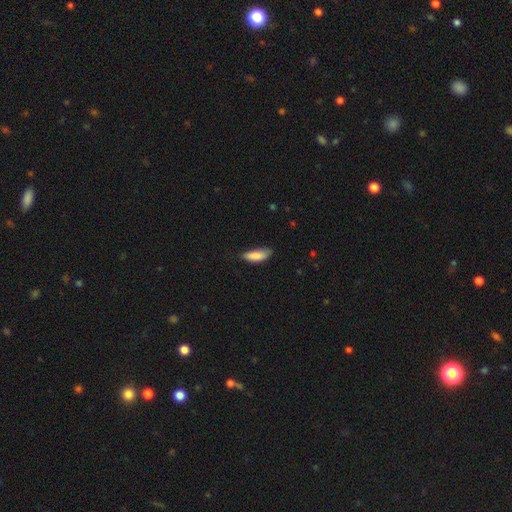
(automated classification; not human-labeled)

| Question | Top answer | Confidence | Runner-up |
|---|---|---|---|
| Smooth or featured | smooth | 87% | featured or disk (7%) |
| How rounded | in between | 65% | cigar-shaped (34%) |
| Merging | none | 63% | minor disturbance (30%) |